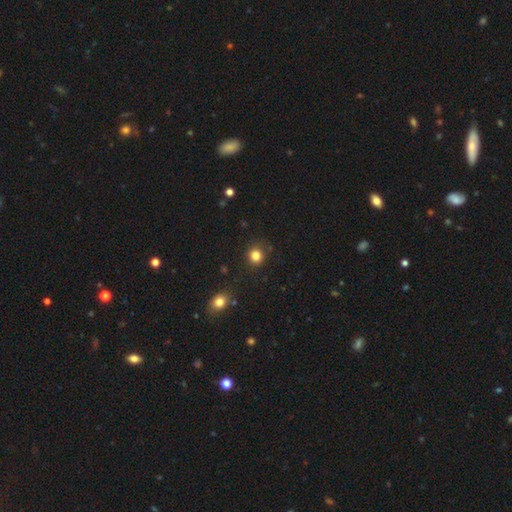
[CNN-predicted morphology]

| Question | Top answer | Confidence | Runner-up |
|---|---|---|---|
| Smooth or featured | smooth | 83% | star or artifact (12%) |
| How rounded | round | 87% | in between (12%) |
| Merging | none | 87% | minor disturbance (9%) |